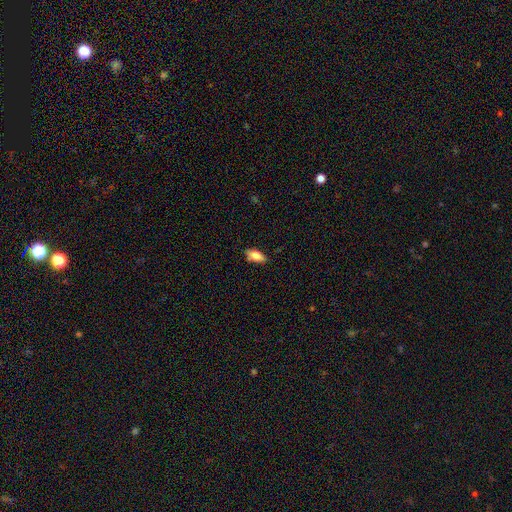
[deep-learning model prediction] Morphology: type=smooth (80%); roundness=in between (87%); merging=none (78%).